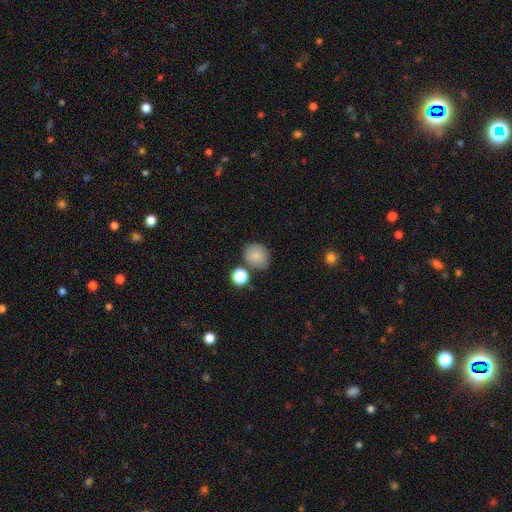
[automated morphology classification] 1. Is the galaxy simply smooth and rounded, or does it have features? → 81% smooth, 10% star or artifact, 9% featured or disk.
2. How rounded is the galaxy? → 57% round, 42% in between, 1% cigar-shaped.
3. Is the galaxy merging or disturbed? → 69% none, 16% minor disturbance, 11% merger, 4% major disturbance.